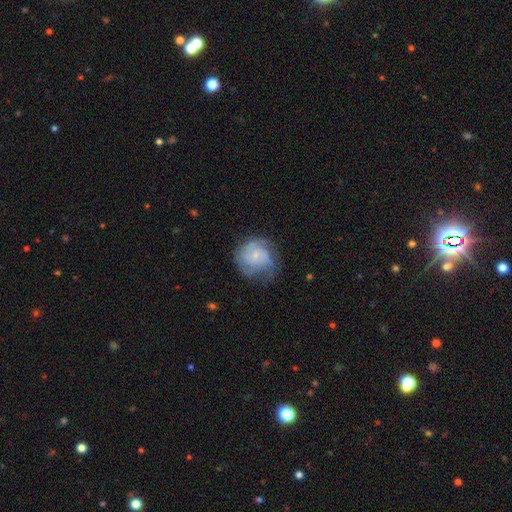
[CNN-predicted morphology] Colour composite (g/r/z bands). It shows a featured or disk galaxy (65%) with no bar (74%), tight (51%) spiral arms (86%) and a small central bulge (72%). Merging: none (53%).